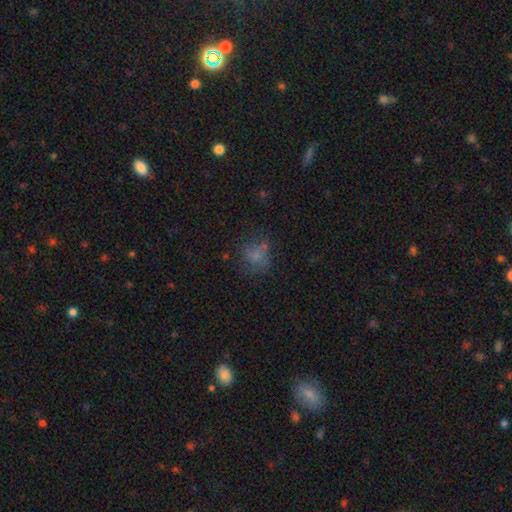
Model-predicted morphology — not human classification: smooth-or-featured: smooth: 55% | star or artifact: 25% | featured or disk: 19%
  how-rounded: round: 71% | in between: 27% | cigar-shaped: 1%
  merging: none: 59% | minor disturbance: 19% | major disturbance: 13% | merger: 8%